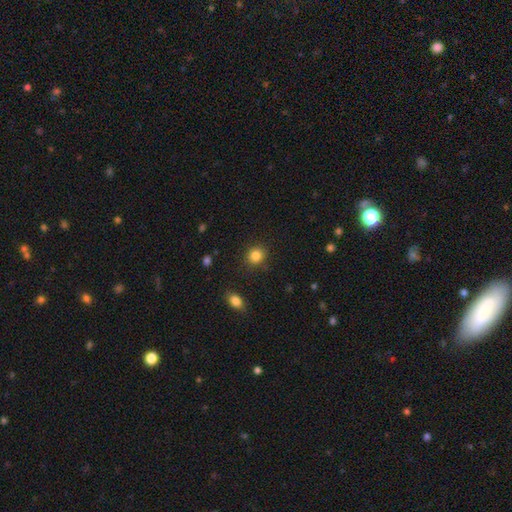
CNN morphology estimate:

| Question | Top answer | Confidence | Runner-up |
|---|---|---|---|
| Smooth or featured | smooth | 85% | star or artifact (10%) |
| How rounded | round | 77% | in between (22%) |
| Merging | none | 88% | minor disturbance (8%) |